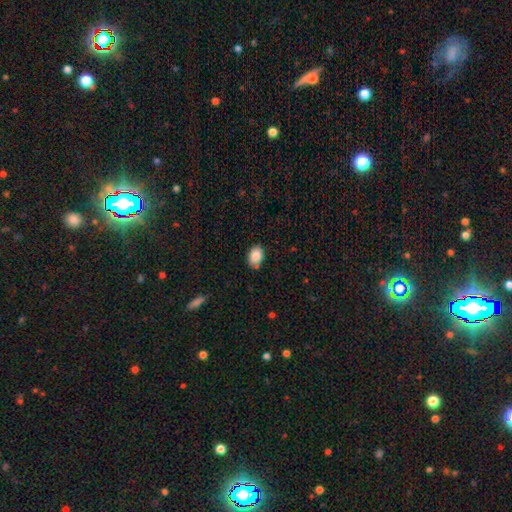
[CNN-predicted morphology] This appears to be a smooth galaxy with no disk features (87%) that is in between round and cigar-shaped (77%). Merging: none (80%).